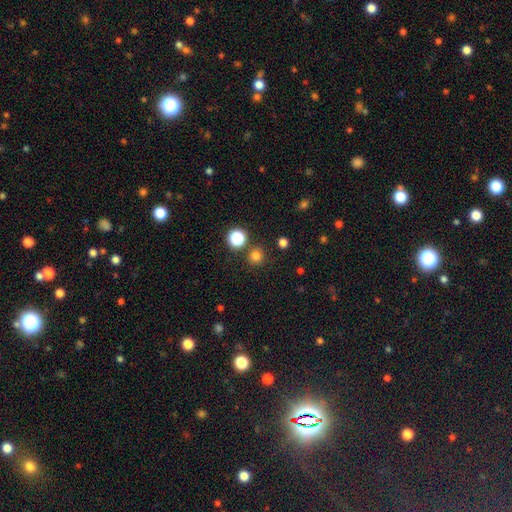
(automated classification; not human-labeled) A smooth galaxy with no disk features (77%) that is round (93%). Merging: none (85%).